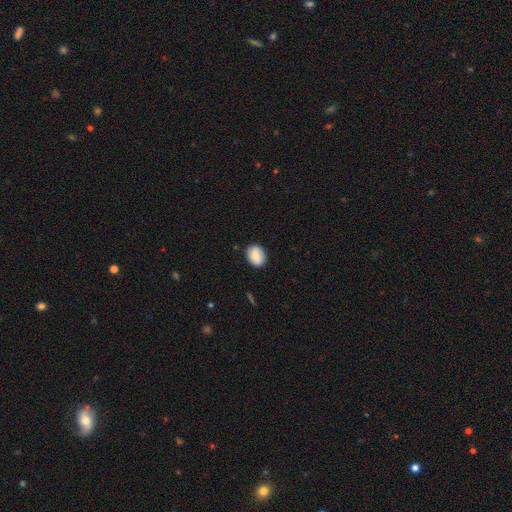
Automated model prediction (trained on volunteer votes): Smooth or featured? smooth (84%)
How rounded? in between (62%)
Merging? none (86%)